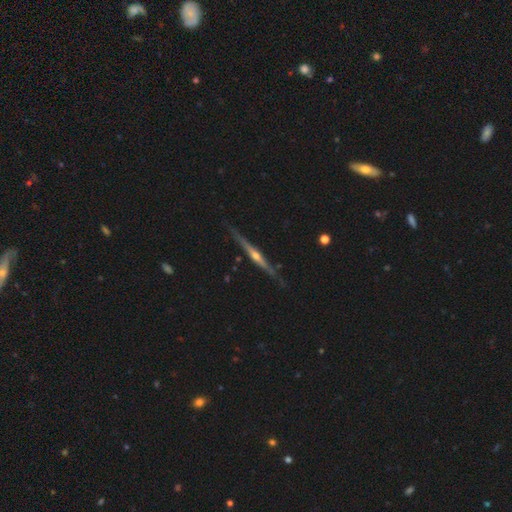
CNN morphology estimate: This appears to be a featured or disk galaxy (81%) viewed edge-on (98%) with a rounded central bulge (85%). Merging: none (84%).